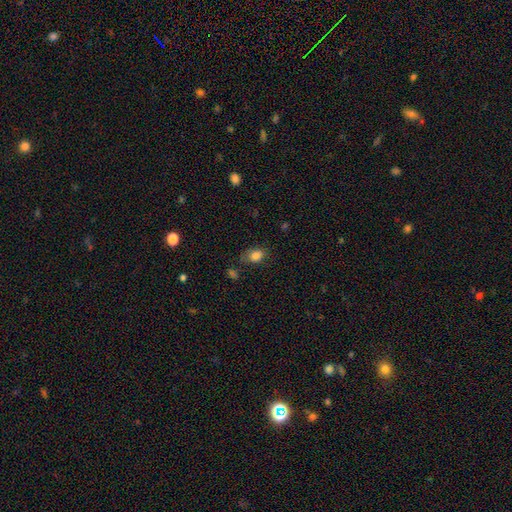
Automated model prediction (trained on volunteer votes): The model was most divided on "merging": none: 60%, minor disturbance: 27%, major disturbance: 9%, merger: 5%. More confident: smooth or featured — smooth (83%); how rounded — in between (77%).